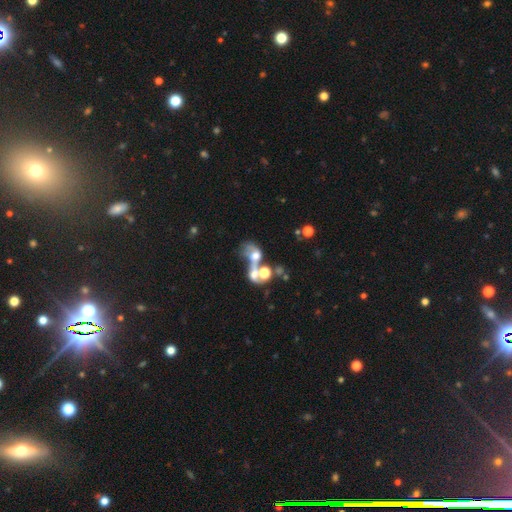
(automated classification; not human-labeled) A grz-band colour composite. It shows a smooth galaxy with no disk features (42%). Merging: merger (62%).